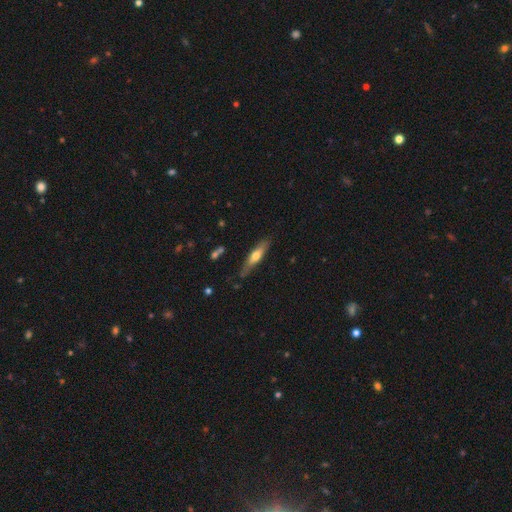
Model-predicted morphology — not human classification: Overall: smooth (50%; featured or disk 44%). Merging: none (79%).